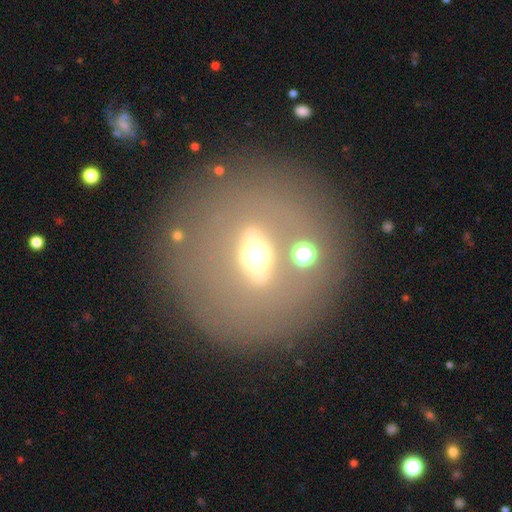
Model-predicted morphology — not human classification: Smooth or featured? featured or disk (41%)
Merging? none (68%)